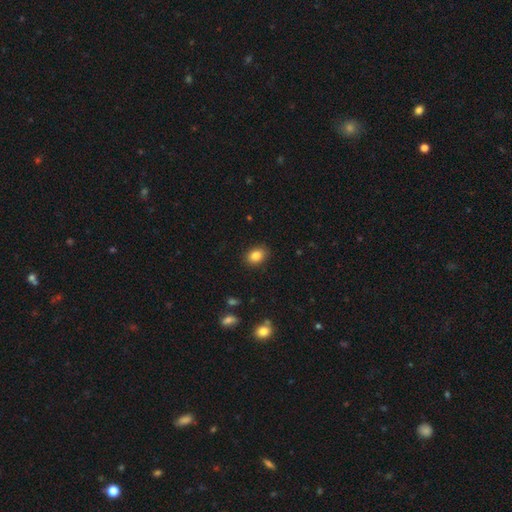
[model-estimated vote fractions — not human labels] smooth_or_featured: smooth (p=0.85) [alt: star or artifact p=0.10]
how_rounded: in between (p=0.65) [alt: round p=0.34]
merging: none (p=0.87) [alt: minor disturbance p=0.09]